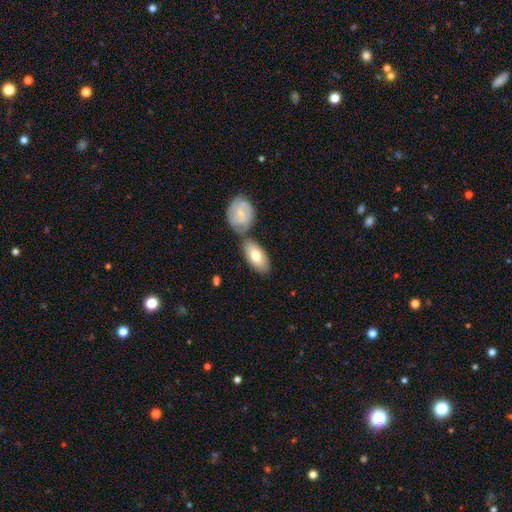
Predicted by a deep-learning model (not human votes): Smooth or featured? smooth (71%)
How rounded? in between (90%)
Merging? none (55%)